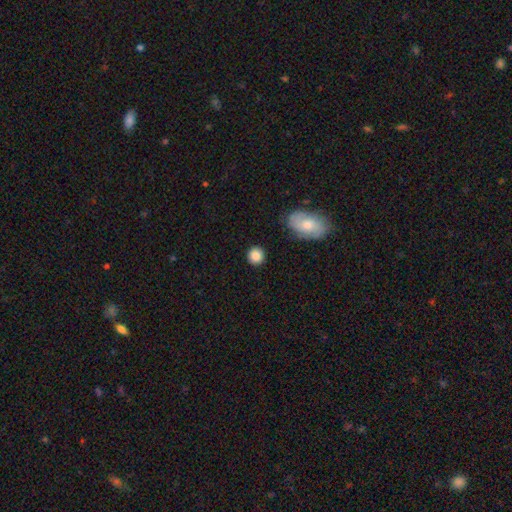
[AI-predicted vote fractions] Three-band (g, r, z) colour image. It shows a smooth galaxy with no disk features (87%) that is round (89%). Merging: none (87%).